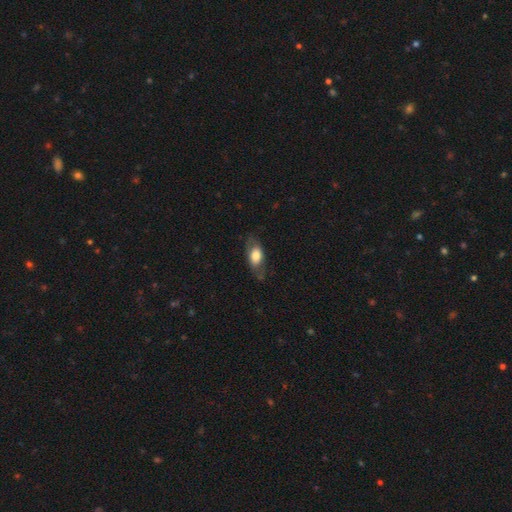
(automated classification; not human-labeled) smooth-or-featured: smooth: 65% | featured or disk: 28% | star or artifact: 6%
  how-rounded: in between: 86% | cigar-shaped: 9% | round: 6%
  merging: none: 68% | minor disturbance: 21% | major disturbance: 9% | merger: 1%